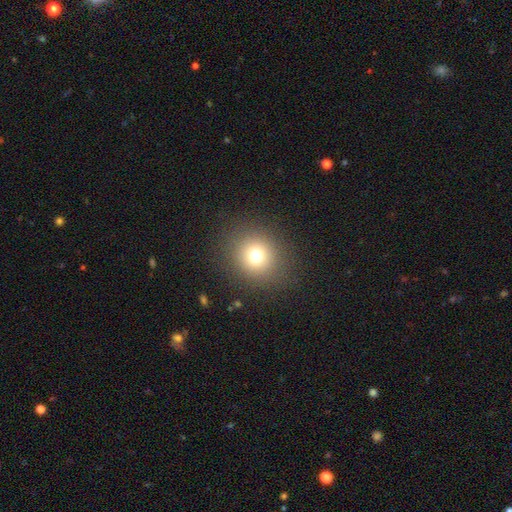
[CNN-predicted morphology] This is likely a smooth galaxy (73%). How rounded: clearly round (86%). Merging: clearly none (87%).